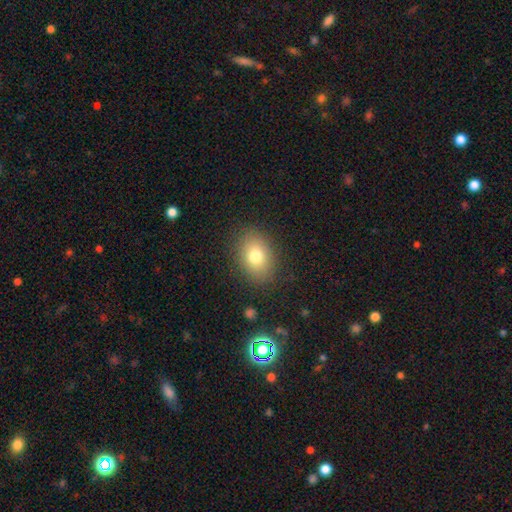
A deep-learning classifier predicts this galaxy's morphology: Smooth or featured?
  - smooth: 77% *
  - featured or disk: 12%
  - star or artifact: 11%
How rounded?
  - in between: 72% *
  - round: 27%
  - cigar-shaped: 1%
Merging?
  - none: 85% *
  - minor disturbance: 10%
  - major disturbance: 4%
  - merger: 1%